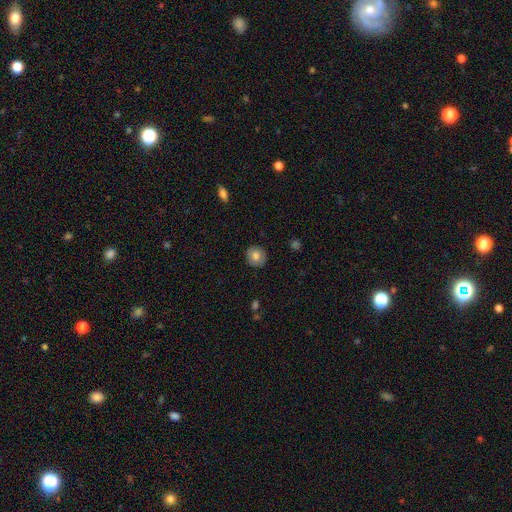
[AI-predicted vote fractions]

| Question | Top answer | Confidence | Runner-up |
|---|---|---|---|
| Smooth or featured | smooth | 77% | featured or disk (15%) |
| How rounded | round | 88% | in between (11%) |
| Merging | none | 90% | minor disturbance (7%) |